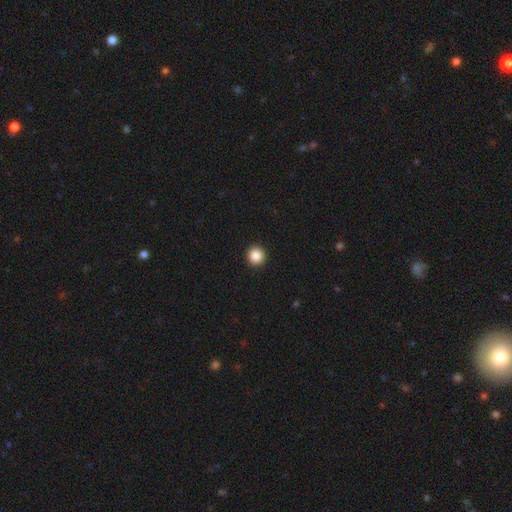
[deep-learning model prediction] A smooth galaxy with no disk features (87%) that is round (95%).

Vote fractions:
- Smooth or featured? smooth: 87% / star or artifact: 10% / featured or disk: 3%
- How rounded? round: 95% / in between: 4% / cigar-shaped: 1%
- Merging? none: 94% / minor disturbance: 4% / major disturbance: 1% / merger: 1%